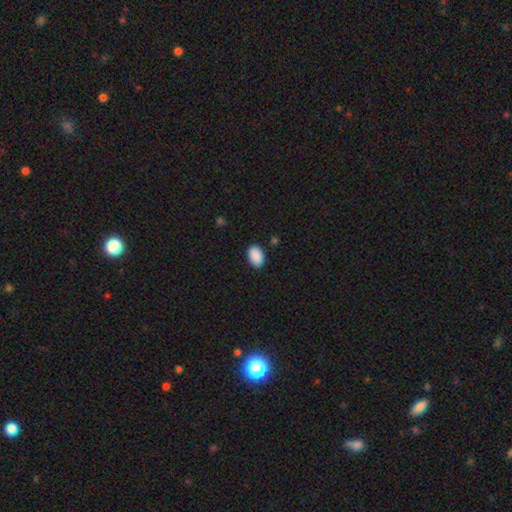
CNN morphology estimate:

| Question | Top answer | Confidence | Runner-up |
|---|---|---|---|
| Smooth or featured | smooth | 91% | star or artifact (7%) |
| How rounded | in between | 89% | round (10%) |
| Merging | none | 88% | minor disturbance (9%) |